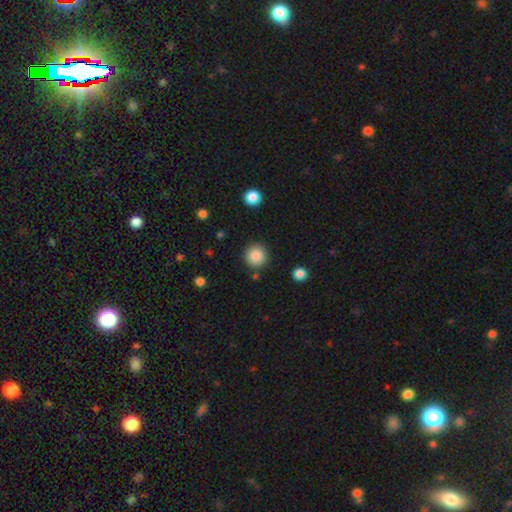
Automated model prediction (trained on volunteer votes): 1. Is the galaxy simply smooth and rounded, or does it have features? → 86% smooth, 9% star or artifact, 5% featured or disk.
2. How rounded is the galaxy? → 94% round, 5% in between, 1% cigar-shaped.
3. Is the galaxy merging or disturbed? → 88% none, 7% minor disturbance, 3% merger, 2% major disturbance.